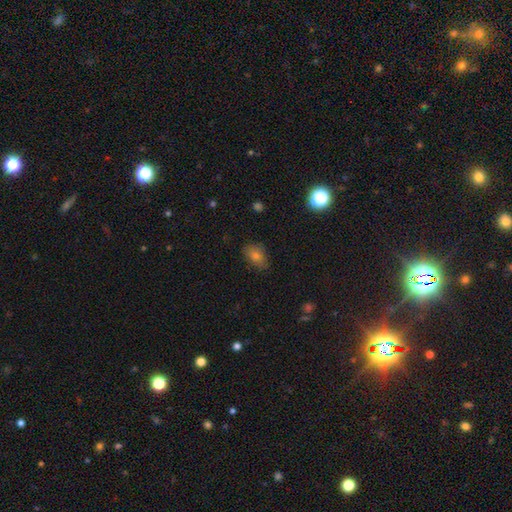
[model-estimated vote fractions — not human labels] smooth 72%, star or artifact 16%, featured or disk 12%. Down the decision tree: how rounded — in between (78%); merging — none (77%).